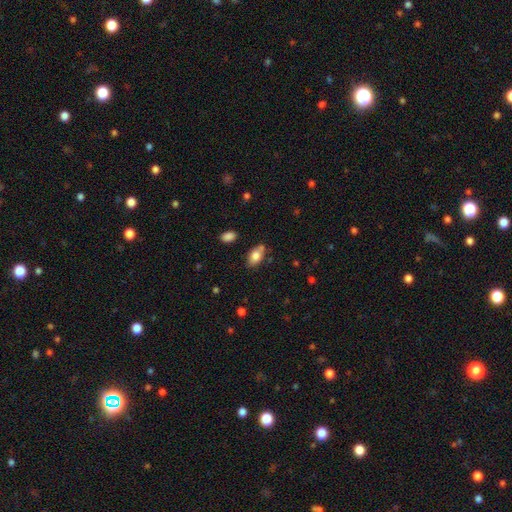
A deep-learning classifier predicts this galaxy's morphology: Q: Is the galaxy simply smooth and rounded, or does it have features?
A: smooth — 80%.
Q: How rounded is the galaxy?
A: in between — 91%.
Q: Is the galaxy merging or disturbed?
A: none — 70%.